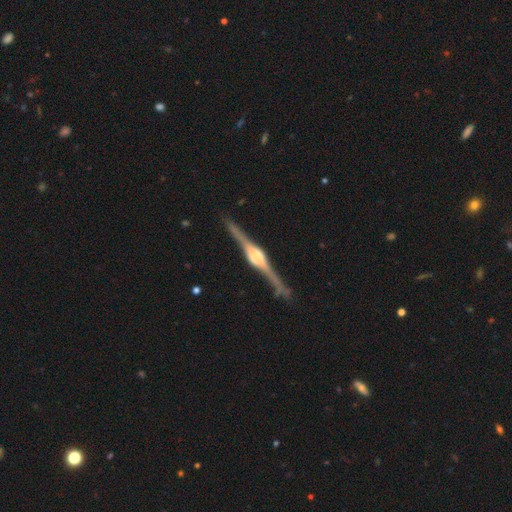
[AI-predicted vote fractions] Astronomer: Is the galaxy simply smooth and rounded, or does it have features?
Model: featured or disk — 90%.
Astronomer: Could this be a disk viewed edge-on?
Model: yes — 98%.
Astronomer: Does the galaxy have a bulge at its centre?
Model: rounded — 76%.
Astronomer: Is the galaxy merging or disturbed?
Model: none — 86%.